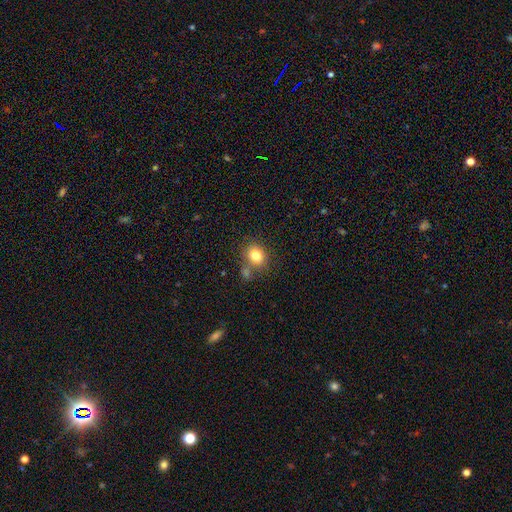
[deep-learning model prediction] This appears to be a smooth galaxy with no disk features (80%) that is round (62%). Merging: none (63%).